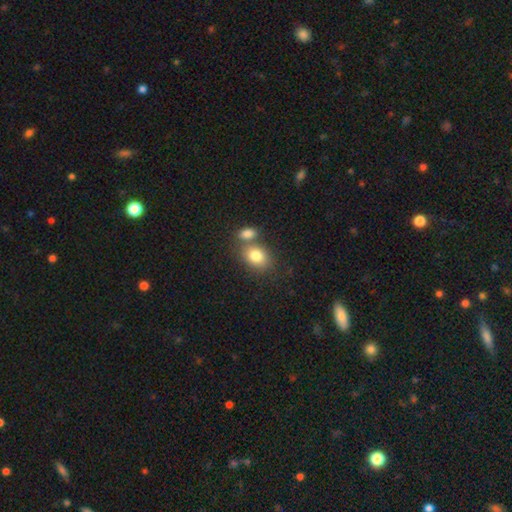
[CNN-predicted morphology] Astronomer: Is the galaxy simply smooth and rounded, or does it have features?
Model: smooth — 81%.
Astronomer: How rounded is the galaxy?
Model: in between — 66%.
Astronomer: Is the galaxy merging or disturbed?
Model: none — 47% (runner-up: merger, 39%).